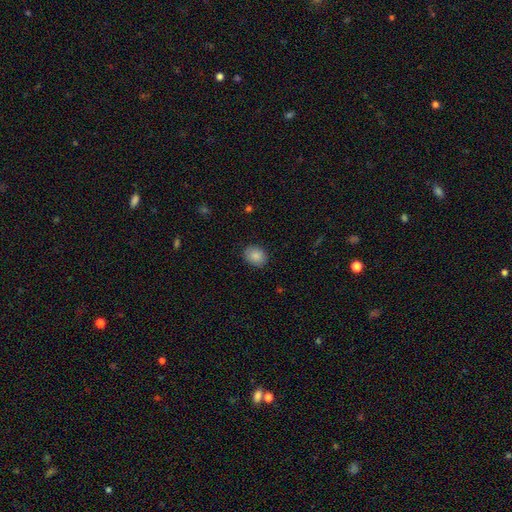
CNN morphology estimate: Smooth or featured: smooth — 87% (star or artifact — 8%)
How rounded: in between — 53% (round — 46%)
Merging: none — 87% (minor disturbance — 10%)